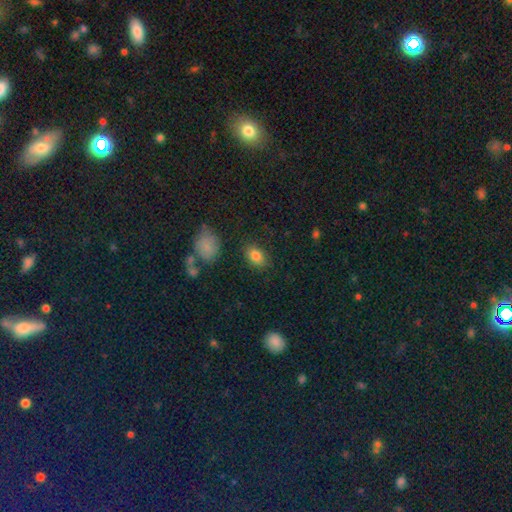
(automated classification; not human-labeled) Smooth or featured? Predicted: smooth (p=0.82). How rounded? Predicted: in between (p=0.82). Merging? Predicted: none (p=0.83).